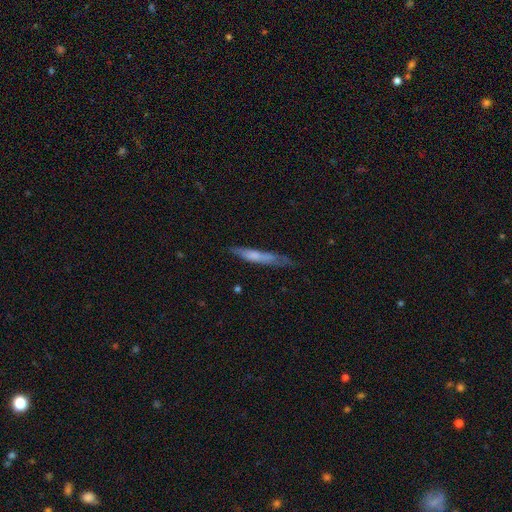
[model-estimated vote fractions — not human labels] The model was most divided on "smooth or featured": smooth: 60%, featured or disk: 34%, star or artifact: 6%. More confident: how rounded — cigar-shaped (91%); merging — none (64%).